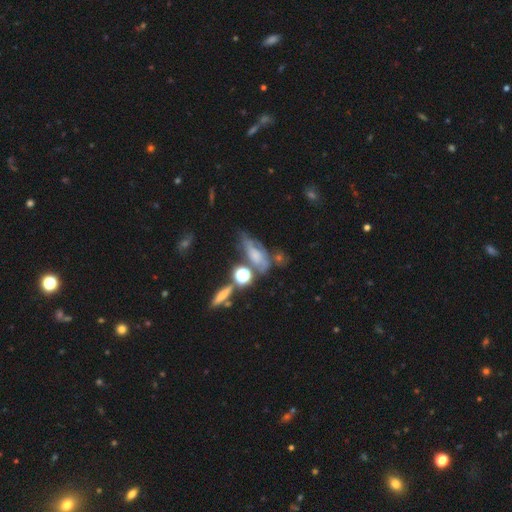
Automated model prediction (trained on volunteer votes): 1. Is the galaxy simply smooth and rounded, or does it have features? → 42% featured or disk, 41% smooth, 17% star or artifact.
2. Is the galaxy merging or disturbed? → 41% none, 24% minor disturbance, 18% merger, 18% major disturbance.